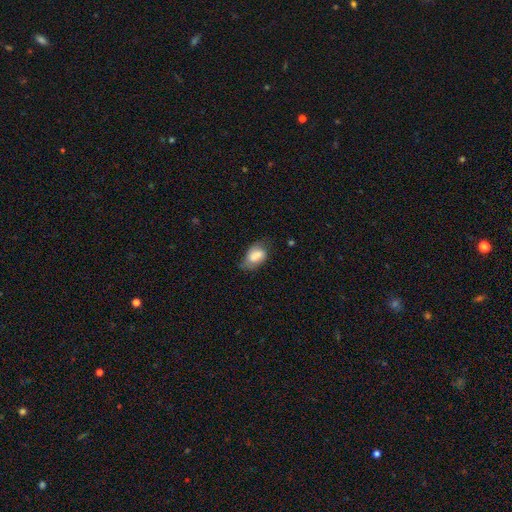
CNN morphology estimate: This appears to be a smooth galaxy with no disk features (71%) that is in between round and cigar-shaped (89%). Merging: none (56%).